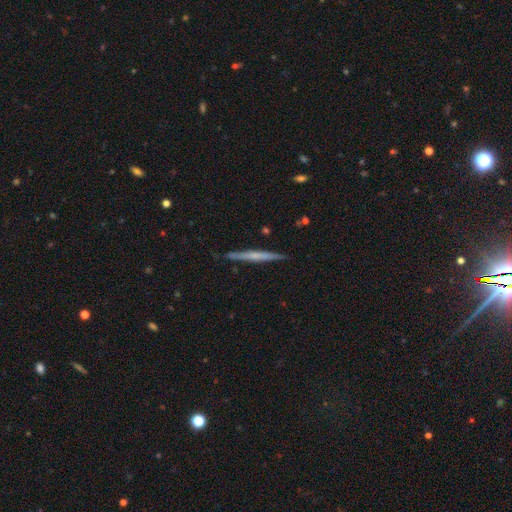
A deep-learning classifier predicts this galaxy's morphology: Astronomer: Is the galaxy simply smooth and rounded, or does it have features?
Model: featured or disk — 58% (runner-up: smooth, 37%).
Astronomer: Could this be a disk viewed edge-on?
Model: yes — 98%.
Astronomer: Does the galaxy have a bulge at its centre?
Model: none — 61%.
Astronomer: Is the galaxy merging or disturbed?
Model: none — 90%.